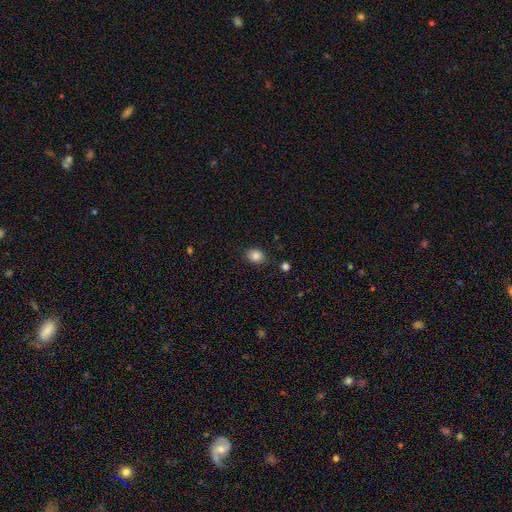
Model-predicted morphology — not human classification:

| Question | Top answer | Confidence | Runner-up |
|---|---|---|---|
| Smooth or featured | smooth | 85% | star or artifact (10%) |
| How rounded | in between | 51% | round (48%) |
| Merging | none | 82% | minor disturbance (12%) |